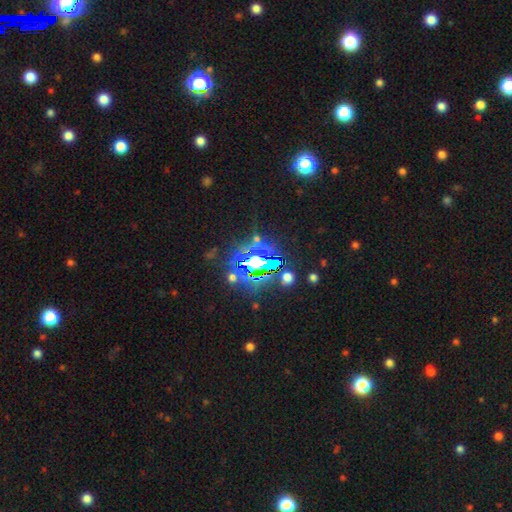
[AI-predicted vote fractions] Smooth or featured?
  - star or artifact: 80% *
  - smooth: 11%
  - featured or disk: 9%